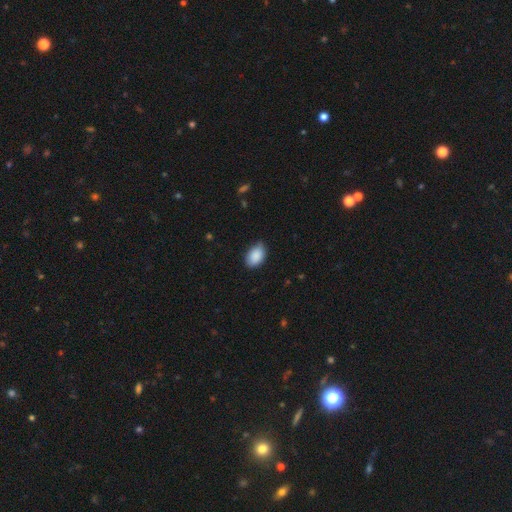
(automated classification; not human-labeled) Smooth or featured: smooth — 89% (star or artifact — 7%)
How rounded: in between — 90% (round — 9%)
Merging: none — 79% (minor disturbance — 17%)